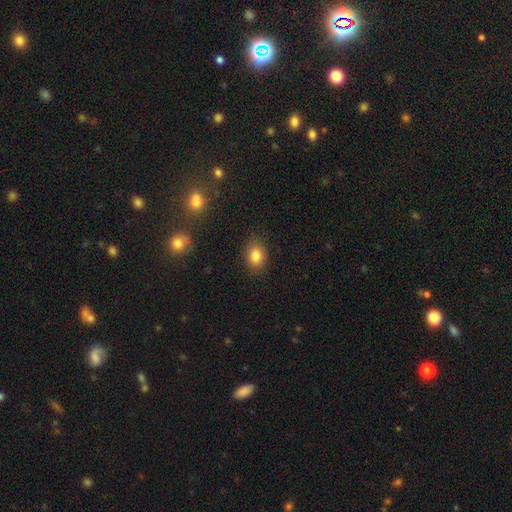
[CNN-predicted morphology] Smooth or featured: smooth — 83% (star or artifact — 10%)
How rounded: in between — 61% (round — 38%)
Merging: none — 87% (minor disturbance — 9%)